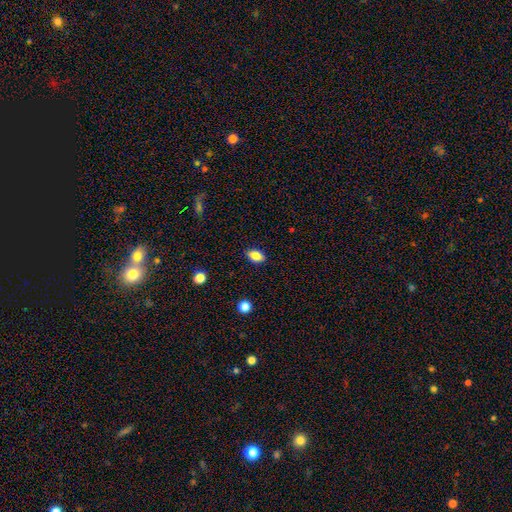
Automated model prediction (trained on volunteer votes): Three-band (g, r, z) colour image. It shows a smooth galaxy with no disk features (86%) that is in between round and cigar-shaped (86%). Merging: none (87%).